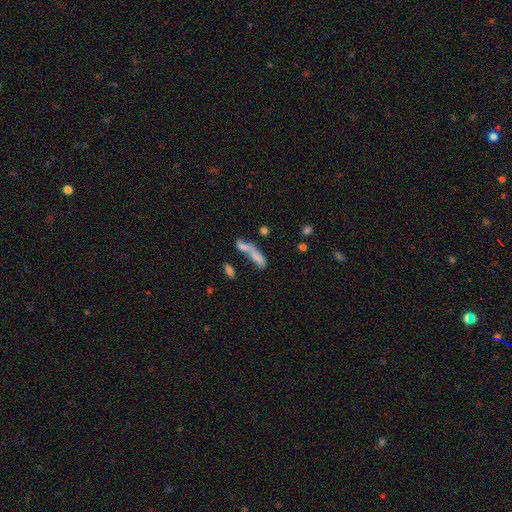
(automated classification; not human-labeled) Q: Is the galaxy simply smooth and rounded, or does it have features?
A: smooth — 67%.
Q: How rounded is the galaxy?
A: cigar-shaped — 56%.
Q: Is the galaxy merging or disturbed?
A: merger — 55%.